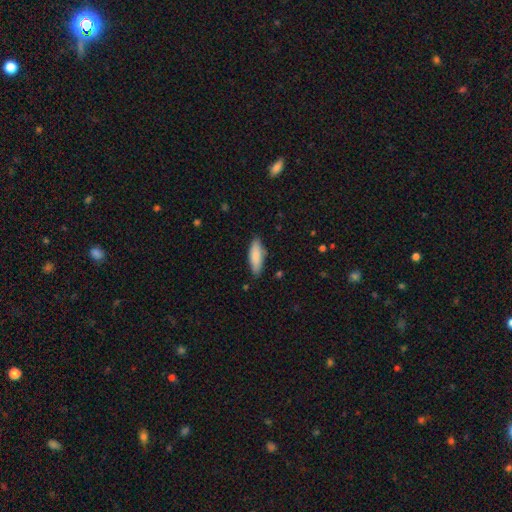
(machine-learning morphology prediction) This appears to be a smooth galaxy with no disk features (84%) that is in between round and cigar-shaped (54%). Merging: none (83%).